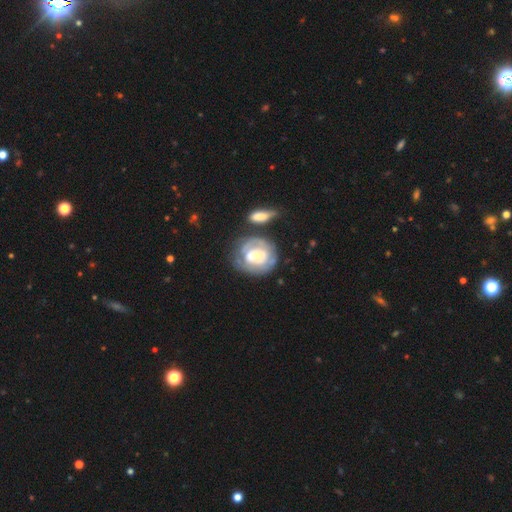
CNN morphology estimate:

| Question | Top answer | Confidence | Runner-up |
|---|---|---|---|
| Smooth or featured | featured or disk | 68% | smooth (26%) |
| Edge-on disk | no | 97% | yes (3%) |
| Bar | no | 70% | weak (23%) |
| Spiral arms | yes | 69% | no (31%) |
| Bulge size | small | 45% | moderate (34%) |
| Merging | none | 52% | minor disturbance (19%) |